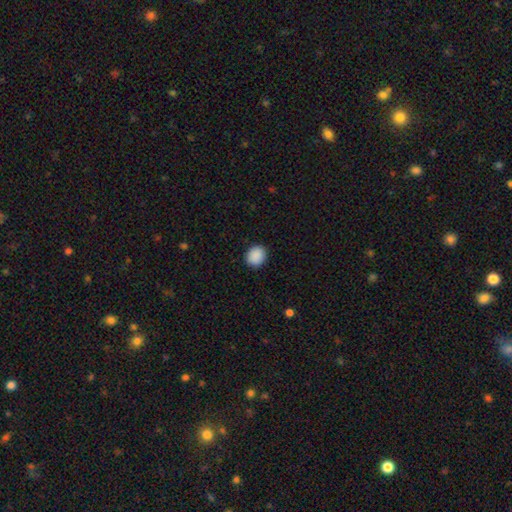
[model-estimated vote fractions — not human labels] Smooth or featured? Predicted: smooth (p=0.90). How rounded? Predicted: round (p=0.73). Merging? Predicted: none (p=0.90).